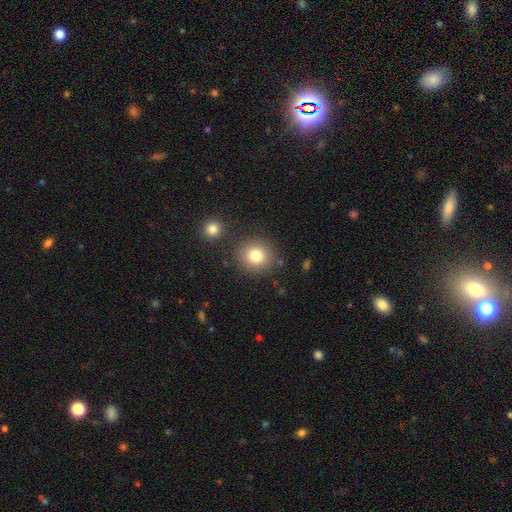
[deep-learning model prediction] A smooth galaxy with no disk features (80%) that is round (88%).

Vote fractions:
- Smooth or featured? smooth: 80% / star or artifact: 11% / featured or disk: 9%
- How rounded? round: 88% / in between: 11% / cigar-shaped: 1%
- Merging? none: 83% / minor disturbance: 8% / merger: 6% / major disturbance: 3%